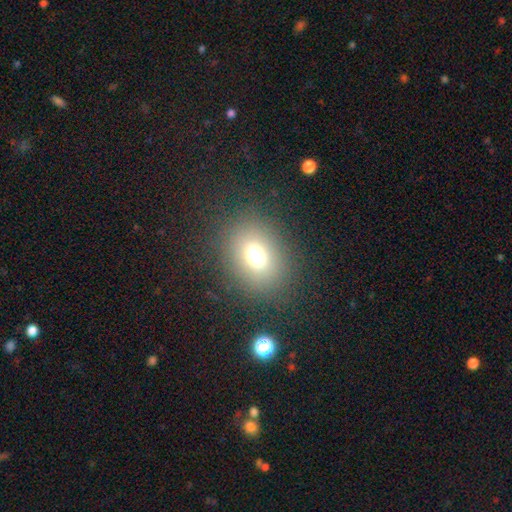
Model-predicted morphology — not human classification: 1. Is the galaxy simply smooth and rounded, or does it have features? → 70% smooth, 18% star or artifact, 12% featured or disk.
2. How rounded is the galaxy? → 54% round, 45% in between, 1% cigar-shaped.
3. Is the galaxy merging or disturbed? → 82% none, 9% minor disturbance, 7% major disturbance, 2% merger.